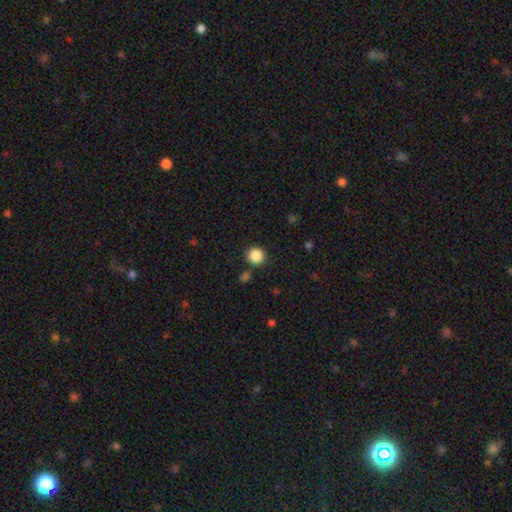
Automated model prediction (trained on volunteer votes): Smooth or featured: smooth — 87% (star or artifact — 10%)
How rounded: round — 93% (in between — 6%)
Merging: none — 87% (minor disturbance — 7%)